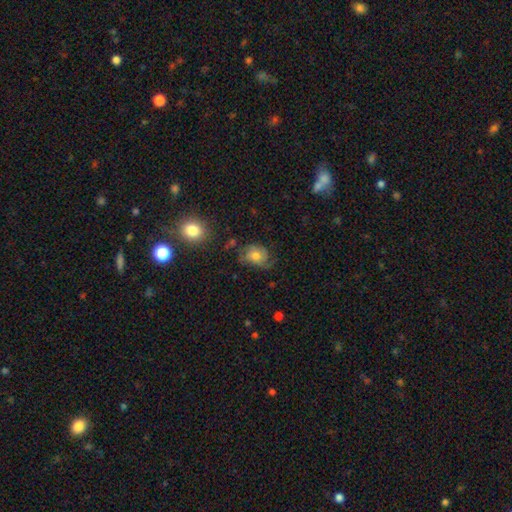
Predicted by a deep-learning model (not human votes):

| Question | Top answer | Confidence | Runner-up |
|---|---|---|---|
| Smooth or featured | featured or disk | 47% | smooth (43%) |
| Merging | none | 53% | minor disturbance (27%) |